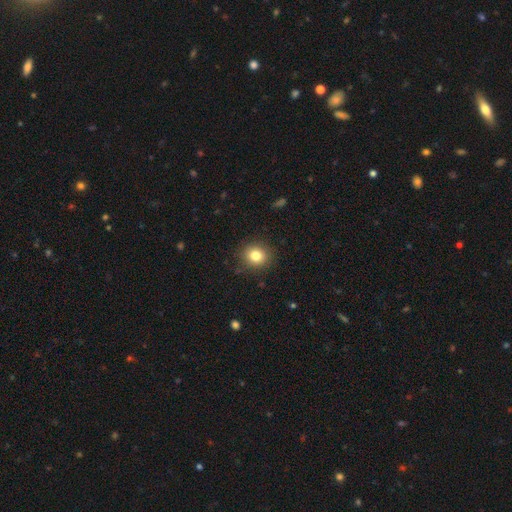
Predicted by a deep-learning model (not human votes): Overall: smooth (81%). How rounded: round (81%). Merging: none (88%).